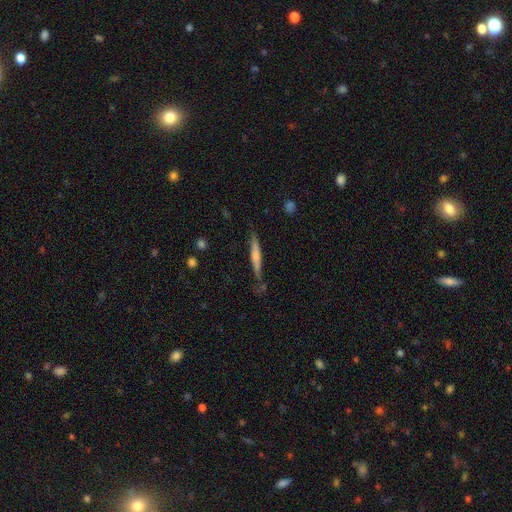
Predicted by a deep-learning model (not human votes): This is possibly a smooth galaxy (50%). How rounded: clearly cigar-shaped (93%). Merging: likely none (74%).